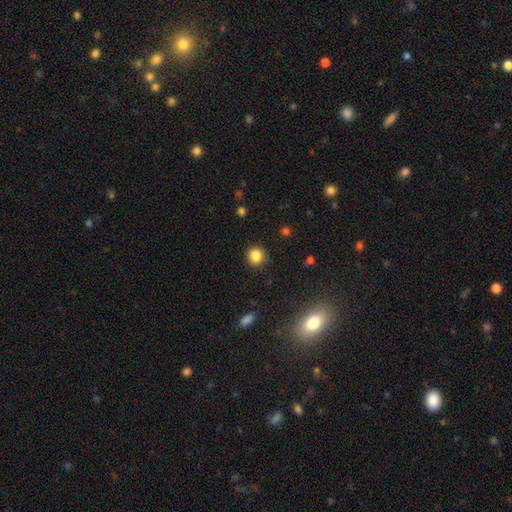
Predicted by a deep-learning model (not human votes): A smooth galaxy with no disk features (85%) that is round (85%).

Vote fractions:
- Smooth or featured? smooth: 85% / star or artifact: 11% / featured or disk: 4%
- How rounded? round: 85% / in between: 14% / cigar-shaped: 1%
- Merging? none: 88% / minor disturbance: 8% / major disturbance: 2% / merger: 1%